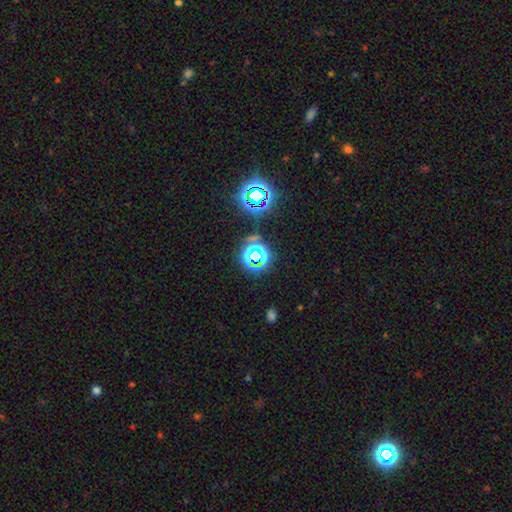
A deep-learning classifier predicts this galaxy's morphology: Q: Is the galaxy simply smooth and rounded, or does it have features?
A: star or artifact — 68%.